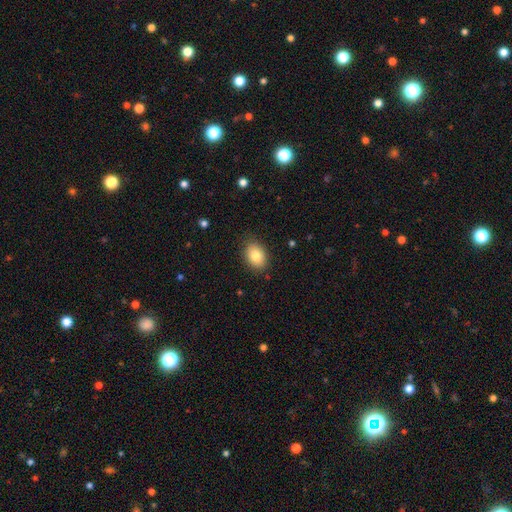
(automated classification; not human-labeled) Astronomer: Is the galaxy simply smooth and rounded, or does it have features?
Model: smooth — 82%.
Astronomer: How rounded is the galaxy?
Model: in between — 78%.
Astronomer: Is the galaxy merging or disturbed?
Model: none — 85%.